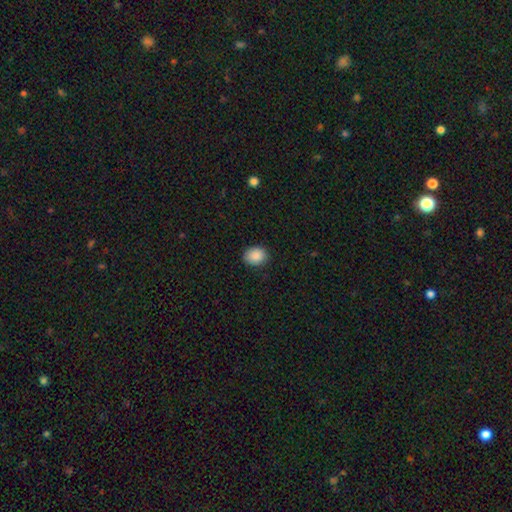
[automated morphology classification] smooth 89%, star or artifact 8%, featured or disk 4%. Down the decision tree: how rounded — in between (51%); merging — none (84%).